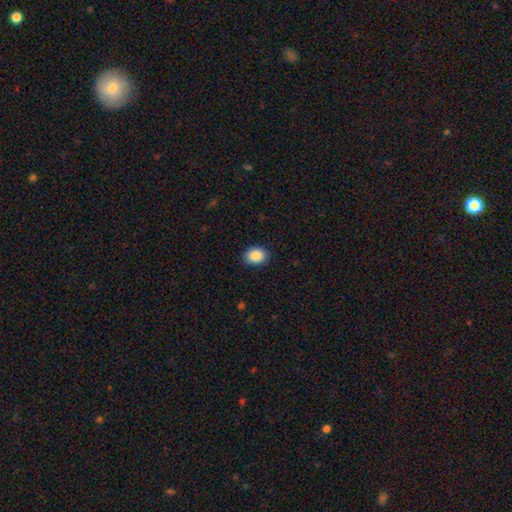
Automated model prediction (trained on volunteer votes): Overall: smooth (90%). How rounded: in between (62%; round 37%). Merging: none (88%).